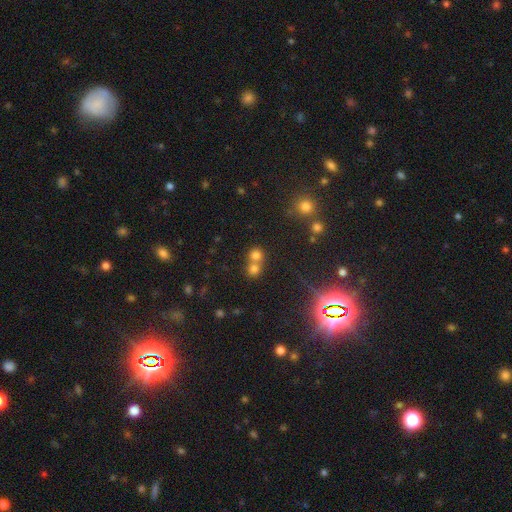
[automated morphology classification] A smooth galaxy with no disk features (71%) that is round (85%).

Vote fractions:
- Smooth or featured? smooth: 71% / star or artifact: 19% / featured or disk: 10%
- How rounded? round: 85% / in between: 14% / cigar-shaped: 1%
- Merging? merger: 53% / none: 40% / minor disturbance: 4% / major disturbance: 2%